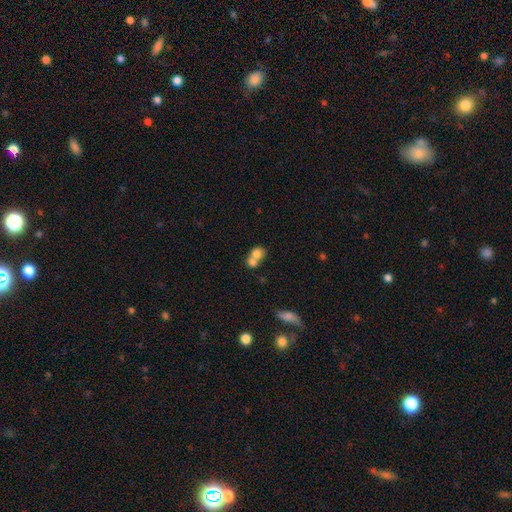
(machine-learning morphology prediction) This is likely a smooth galaxy (74%). How rounded: likely round (63%). Merging: likely merger (69%).